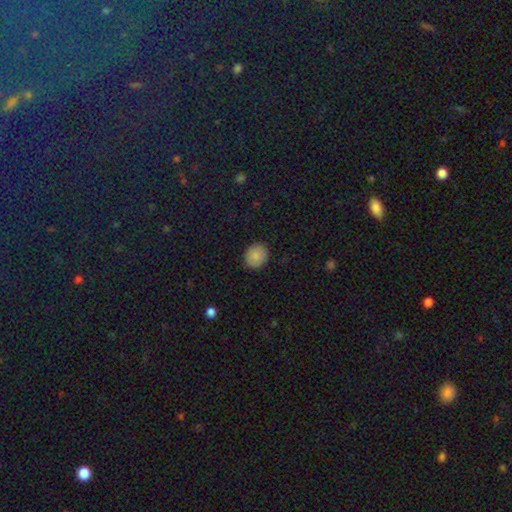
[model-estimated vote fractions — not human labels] smooth-or-featured: smooth: 87% | star or artifact: 9% | featured or disk: 5%
  how-rounded: round: 74% | in between: 25% | cigar-shaped: 1%
  merging: none: 89% | minor disturbance: 8% | major disturbance: 2% | merger: 1%